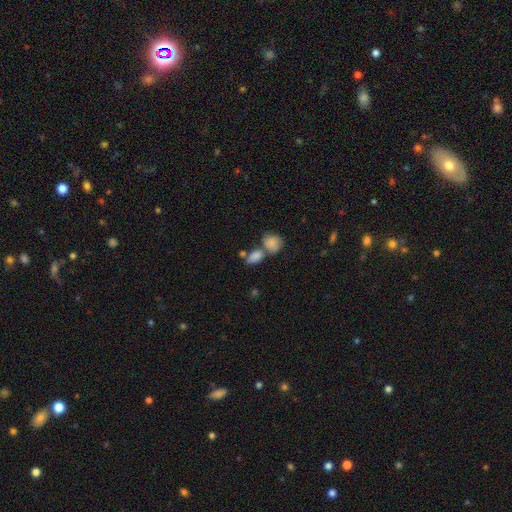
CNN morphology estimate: smooth 80%, featured or disk 10%, star or artifact 10%. Down the decision tree: how rounded — in between (74%); merging — merger (52%).